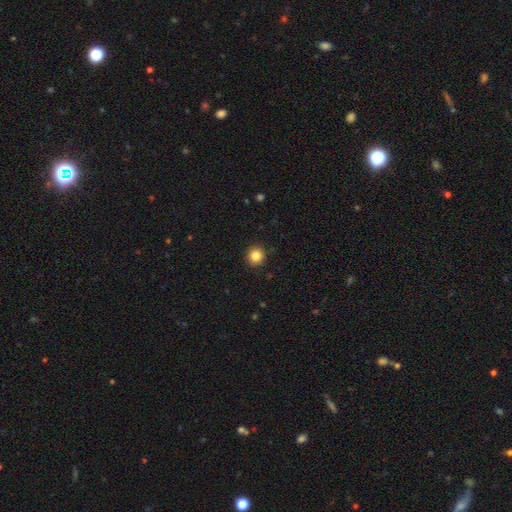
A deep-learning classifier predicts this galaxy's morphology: A smooth galaxy with no disk features (84%) that is round (92%).

Vote fractions:
- Smooth or featured? smooth: 84% / star or artifact: 11% / featured or disk: 5%
- How rounded? round: 92% / in between: 7% / cigar-shaped: 1%
- Merging? none: 92% / minor disturbance: 5% / major disturbance: 2% / merger: 1%